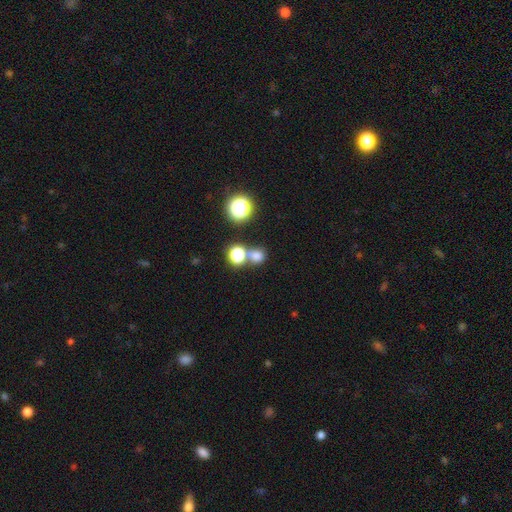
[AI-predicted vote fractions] Morphology: type=smooth (71%); roundness=round (82%); merging=none (60%).